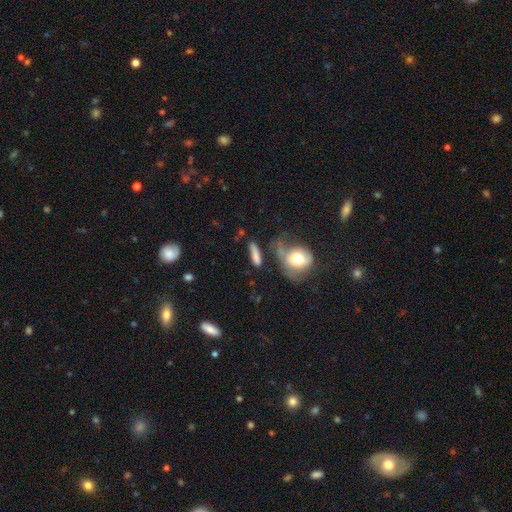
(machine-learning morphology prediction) smooth_or_featured: smooth (p=0.74) [alt: featured or disk p=0.17]
how_rounded: cigar-shaped (p=0.54) [alt: in between p=0.36]
merging: none (p=0.54) [alt: minor disturbance p=0.19]